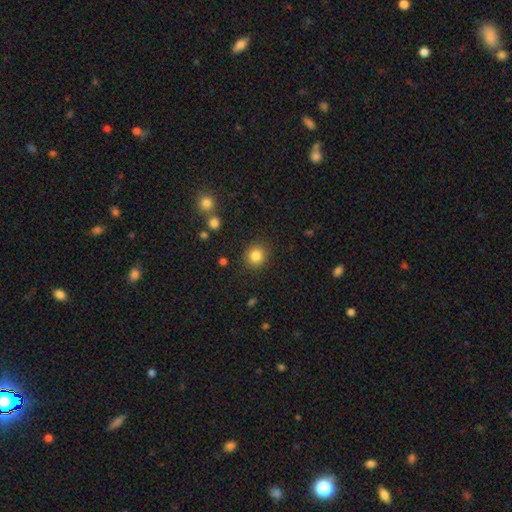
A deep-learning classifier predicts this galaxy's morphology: smooth 84%, star or artifact 11%, featured or disk 5%. Down the decision tree: how rounded — round (88%); merging — none (89%).